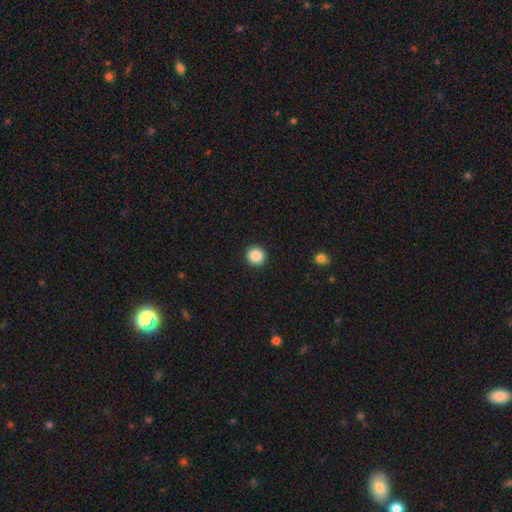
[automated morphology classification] Overall: smooth (88%). How rounded: round (95%). Merging: none (93%).